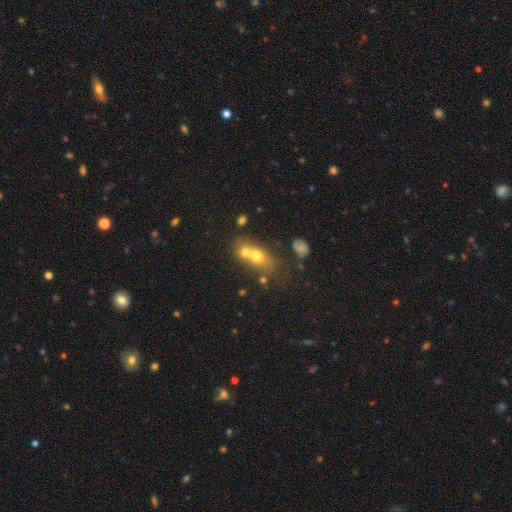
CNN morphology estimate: Overall: smooth (60%; featured or disk 25%). How rounded: in between (51%; round 43%). Merging: merger (63%; none 24%).